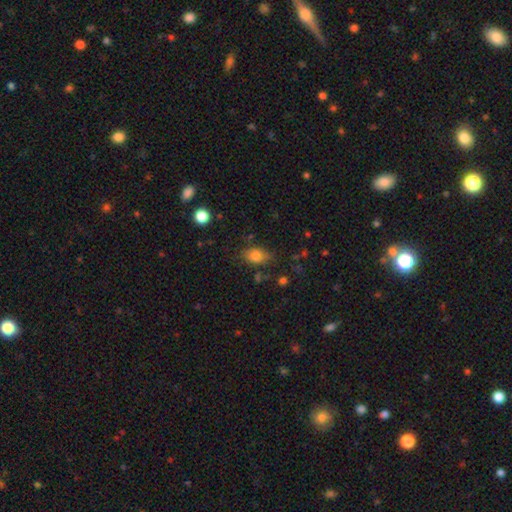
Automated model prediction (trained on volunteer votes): The model was most divided on "merging": none: 73%, minor disturbance: 19%, major disturbance: 5%, merger: 3%. More confident: smooth or featured — smooth (80%); how rounded — in between (80%).